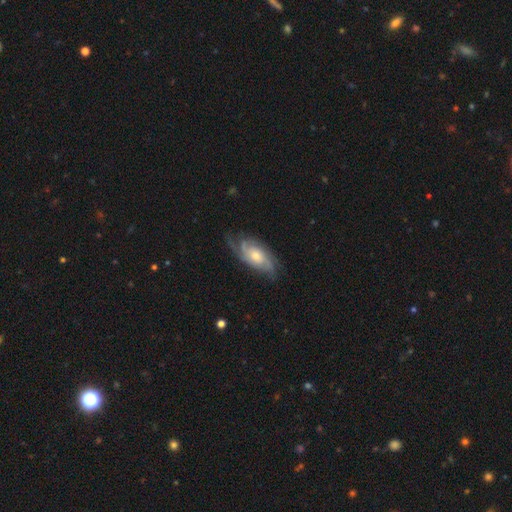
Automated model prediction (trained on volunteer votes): This is likely a featured or disk galaxy (75%). It is clearly not viewed edge-on (92%). Bar: likely no (70%). Spiral arm pattern: clearly yes (93%). Spiral arm count: marginally 2 (32%). Spiral winding: marginally tight (42%). Central bulge: possibly moderate (57%). Merging: likely none (65%).